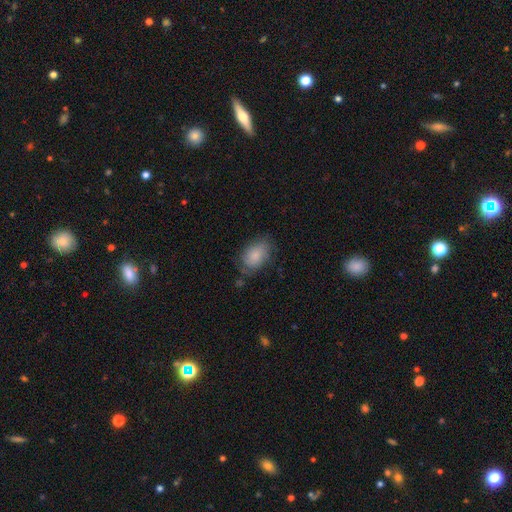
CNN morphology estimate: Overall: smooth (79%). How rounded: in between (88%). Merging: none (63%; minor disturbance 26%).